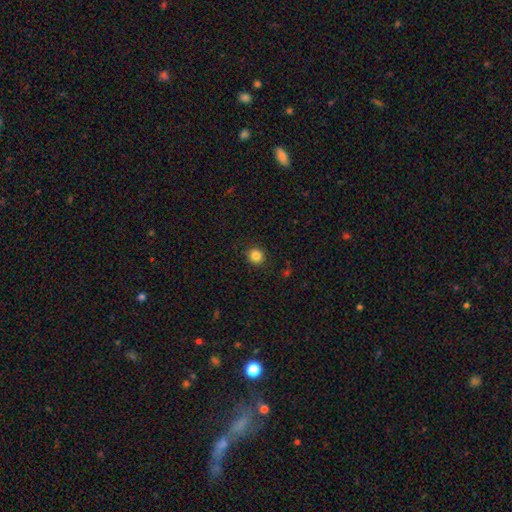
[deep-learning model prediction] smooth-or-featured: smooth: 85% | star or artifact: 11% | featured or disk: 4%
  how-rounded: round: 92% | in between: 7% | cigar-shaped: 1%
  merging: none: 90% | minor disturbance: 7% | major disturbance: 2% | merger: 1%